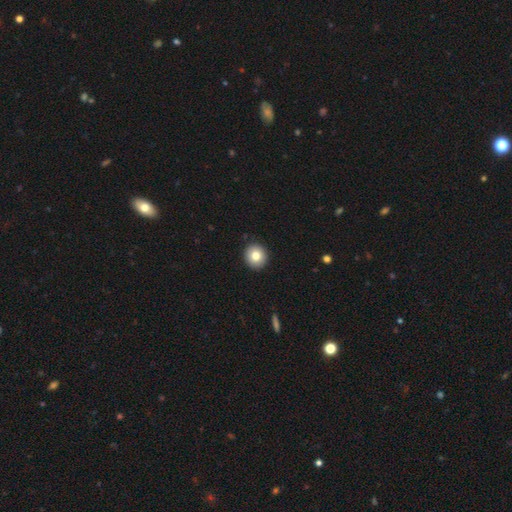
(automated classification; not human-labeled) Smooth or featured: smooth — 80% (featured or disk — 11%)
How rounded: round — 91% (in between — 8%)
Merging: none — 92% (minor disturbance — 5%)